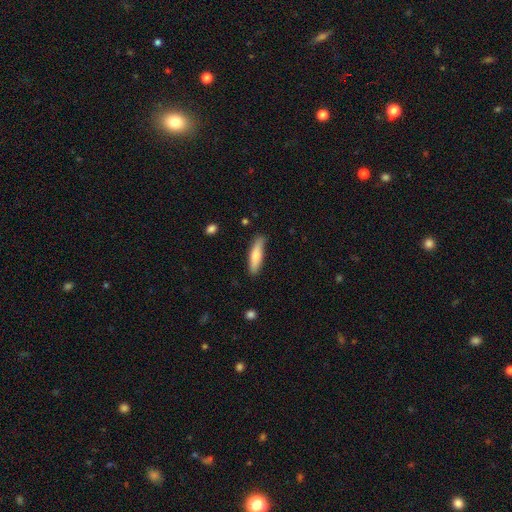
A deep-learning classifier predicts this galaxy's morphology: Smooth or featured: smooth — 72% (featured or disk — 22%)
How rounded: cigar-shaped — 75% (in between — 23%)
Merging: none — 84% (minor disturbance — 12%)